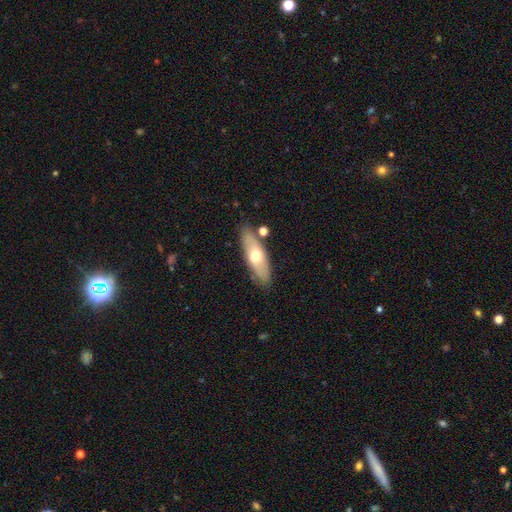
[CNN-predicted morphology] This appears to be a smooth galaxy with no disk features (56%) that is in between round and cigar-shaped (56%). Merging: none (80%).